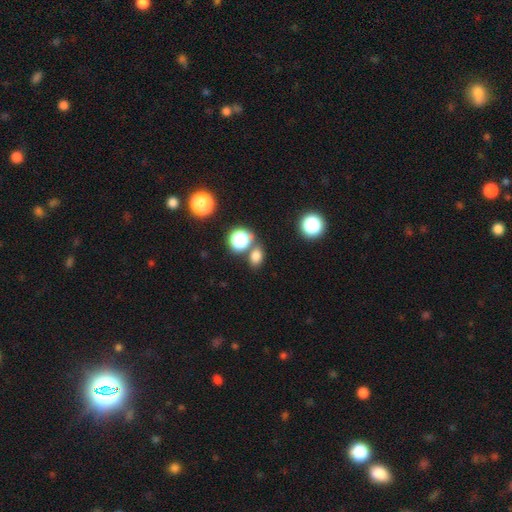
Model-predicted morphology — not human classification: Overall: smooth (76%). How rounded: in between (59%; round 40%). Merging: none (72%).